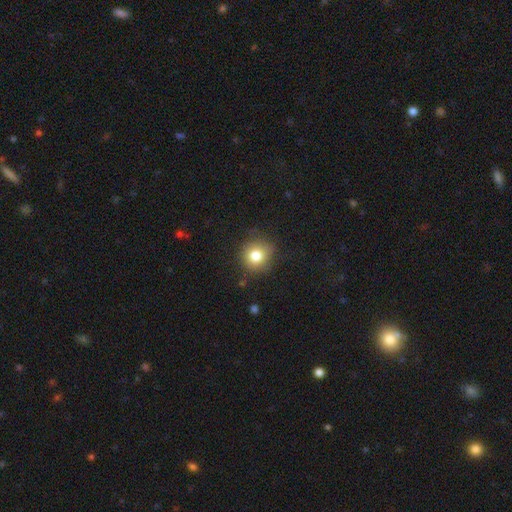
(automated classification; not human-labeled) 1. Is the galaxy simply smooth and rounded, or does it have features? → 80% smooth, 12% star or artifact, 9% featured or disk.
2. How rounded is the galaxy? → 87% round, 12% in between, 1% cigar-shaped.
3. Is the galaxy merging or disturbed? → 81% none, 14% minor disturbance, 4% major disturbance, 2% merger.